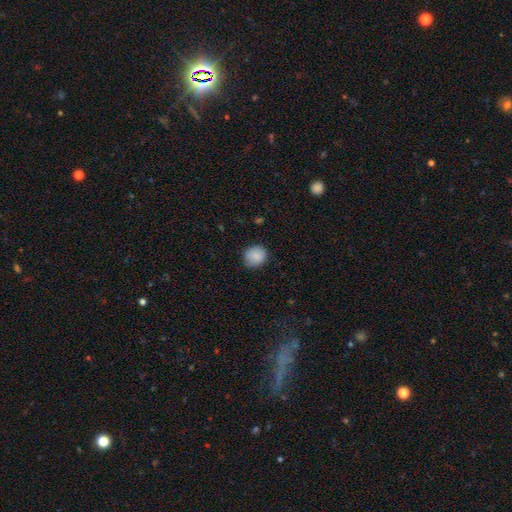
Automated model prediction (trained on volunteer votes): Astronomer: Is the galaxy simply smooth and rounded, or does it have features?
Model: smooth — 87%.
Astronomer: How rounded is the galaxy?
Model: round — 76%.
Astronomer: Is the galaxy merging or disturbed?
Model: none — 79%.